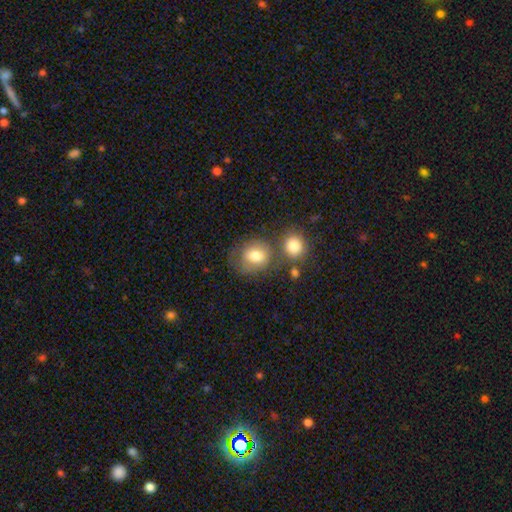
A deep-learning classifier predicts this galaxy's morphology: Q: Smooth or featured?
A: smooth (77%); runner-up: featured or disk (15%)
Q: How rounded?
A: round (63%); runner-up: in between (36%)
Q: Merging?
A: none (50%); runner-up: merger (24%)